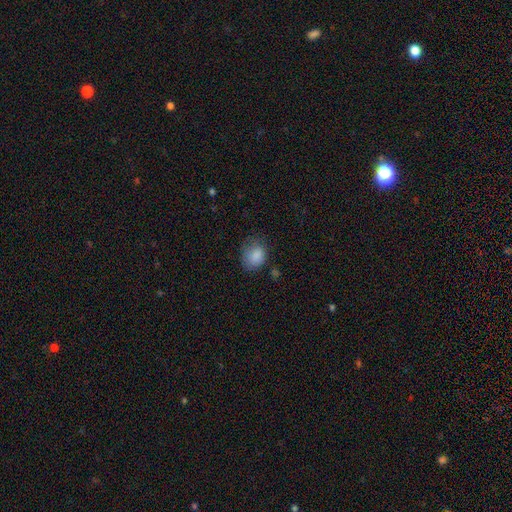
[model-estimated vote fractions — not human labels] smooth_or_featured: smooth (p=0.85) [alt: star or artifact p=0.08]
how_rounded: in between (p=0.52) [alt: round p=0.47]
merging: none (p=0.57) [alt: minor disturbance p=0.30]